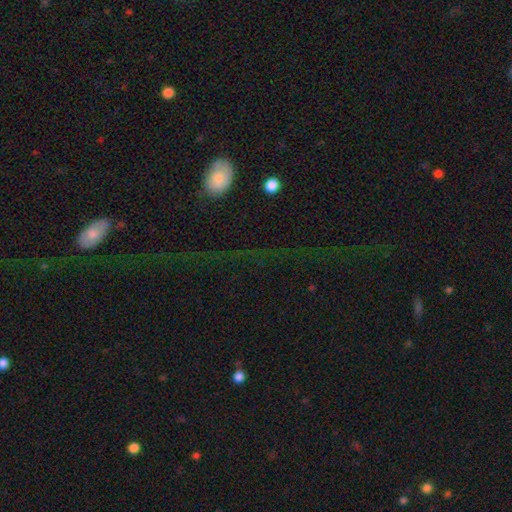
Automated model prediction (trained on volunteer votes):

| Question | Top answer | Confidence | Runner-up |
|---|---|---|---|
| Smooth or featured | star or artifact | 51% | smooth (30%) |